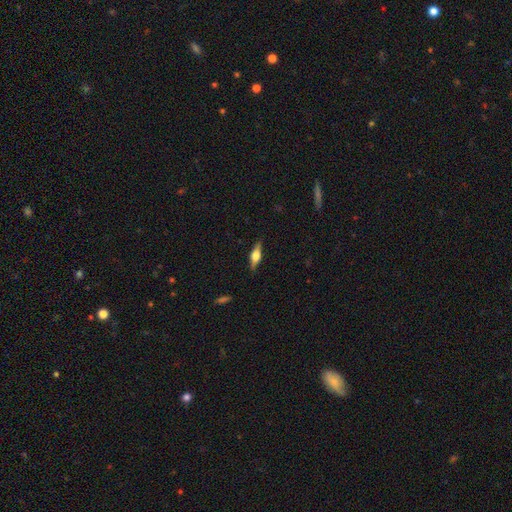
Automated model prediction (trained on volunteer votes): smooth-or-featured: featured or disk: 60% | smooth: 34% | star or artifact: 7%
  disk-edge-on: yes: 95% | no: 5%
    edge-on-bulge: rounded: 90% | boxy: 8% | none: 2%
  merging: none: 86% | minor disturbance: 11% | major disturbance: 2% | merger: 1%